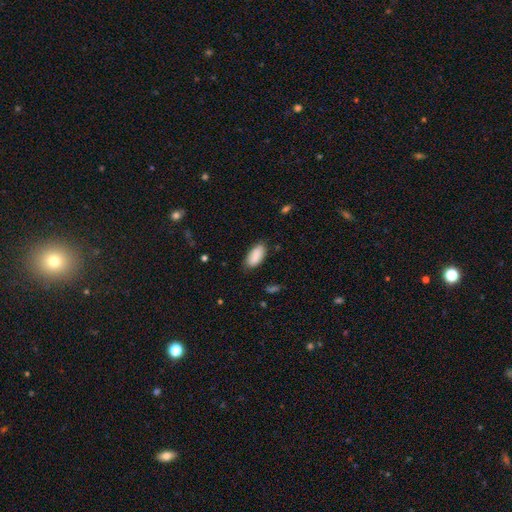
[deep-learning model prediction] smooth-or-featured: smooth: 89% | star or artifact: 6% | featured or disk: 5%
  how-rounded: in between: 91% | cigar-shaped: 7% | round: 2%
  merging: none: 81% | minor disturbance: 15% | major disturbance: 3% | merger: 1%